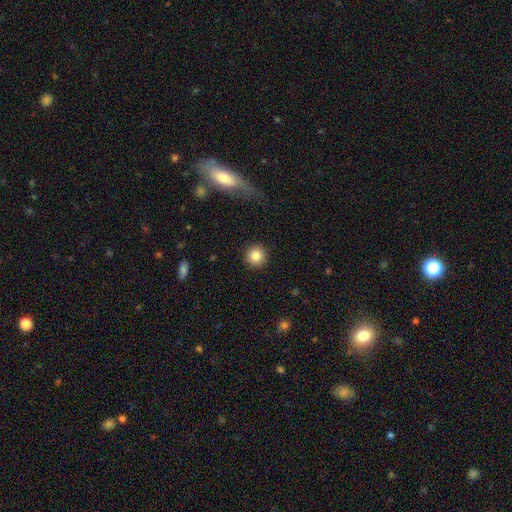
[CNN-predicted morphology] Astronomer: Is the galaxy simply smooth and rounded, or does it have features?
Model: smooth — 84%.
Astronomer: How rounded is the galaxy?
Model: round — 95%.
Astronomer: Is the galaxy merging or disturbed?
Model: none — 92%.